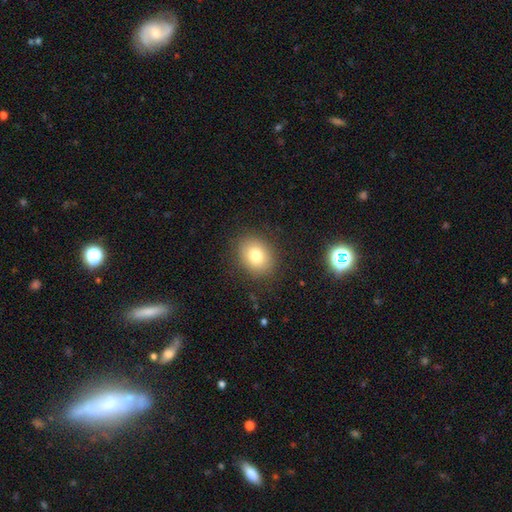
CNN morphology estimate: This is likely a smooth galaxy (78%). How rounded: possibly round (54%). Merging: clearly none (87%).